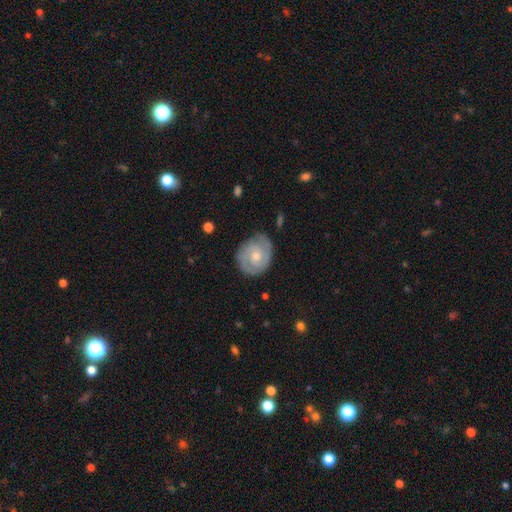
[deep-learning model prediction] Smooth or featured: featured or disk — 79% (smooth — 16%)
Edge-on disk: no — 98% (yes — 2%)
Bar: no — 68% (weak — 28%)
Spiral arms: yes — 94% (no — 6%)
Spiral winding: tight — 65% (medium — 29%)
Spiral arm count: 2 — 73% (can't tell — 12%)
Bulge size: moderate — 48% (small — 46%)
Merging: none — 80% (minor disturbance — 15%)